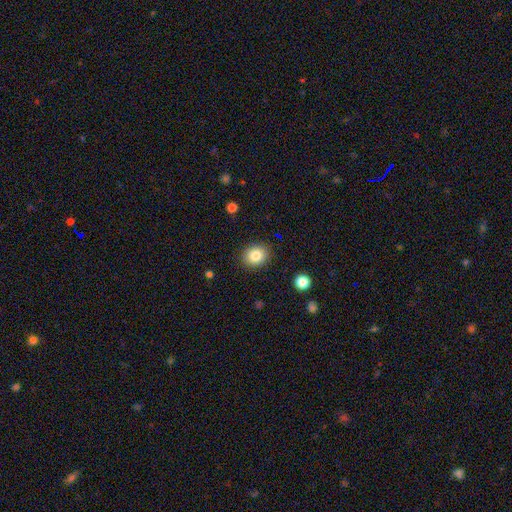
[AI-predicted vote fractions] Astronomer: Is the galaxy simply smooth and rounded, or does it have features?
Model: smooth — 84%.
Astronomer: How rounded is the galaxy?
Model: round — 62% (runner-up: in between, 37%).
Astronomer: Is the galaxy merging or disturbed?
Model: none — 89%.